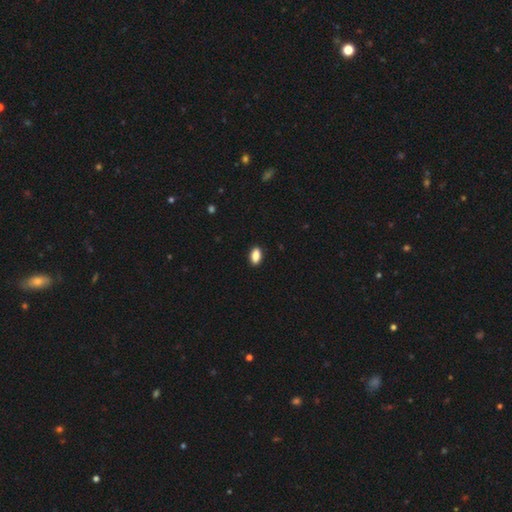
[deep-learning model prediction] A smooth galaxy with no disk features (87%) that is in between round and cigar-shaped (90%).

Vote fractions:
- Smooth or featured? smooth: 87% / star or artifact: 8% / featured or disk: 5%
- How rounded? in between: 90% / round: 5% / cigar-shaped: 5%
- Merging? none: 90% / minor disturbance: 7% / major disturbance: 2% / merger: 1%